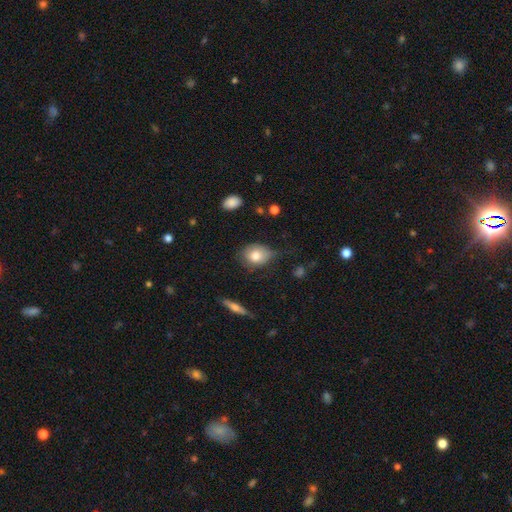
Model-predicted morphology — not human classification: Overall: smooth (76%). How rounded: in between (53%; round 46%). Merging: none (49%; minor disturbance 36%).